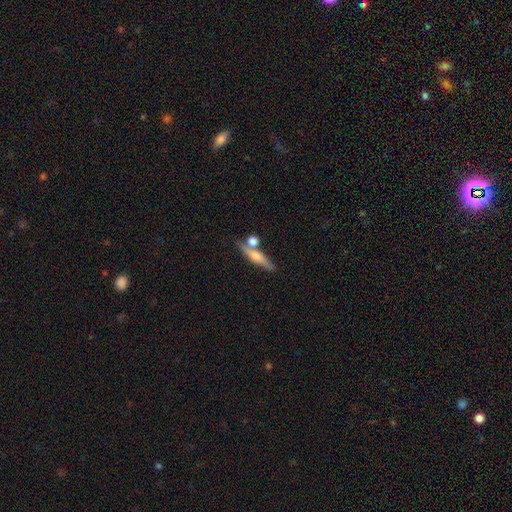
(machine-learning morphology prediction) This is possibly a featured or disk galaxy (48%). Merging: likely none (63%).